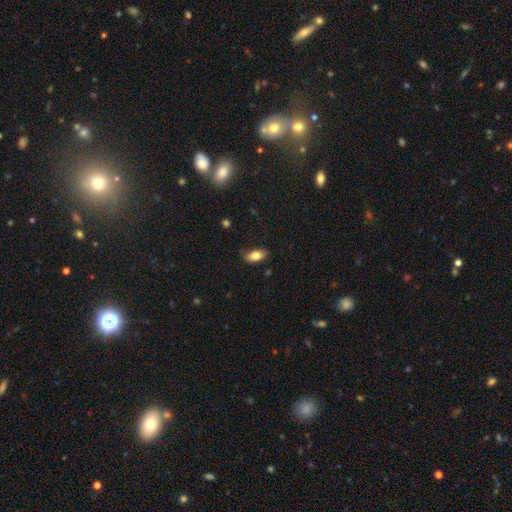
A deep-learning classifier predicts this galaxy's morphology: This appears to be a smooth galaxy with no disk features (79%) that is in between round and cigar-shaped (89%). Merging: none (75%).